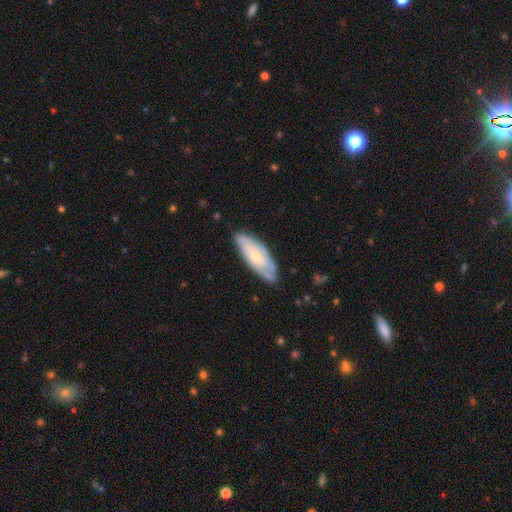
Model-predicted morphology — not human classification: A featured or disk galaxy (52%).

Vote fractions:
- Smooth or featured? featured or disk: 52% / smooth: 42% / star or artifact: 6%
- Edge-on disk? no: 82% / yes: 18%
- Merging? none: 74% / minor disturbance: 21% / major disturbance: 4% / merger: 2%